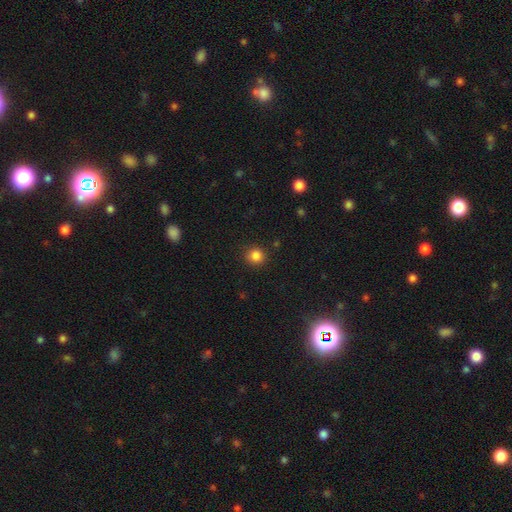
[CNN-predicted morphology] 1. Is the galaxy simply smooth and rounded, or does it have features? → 85% smooth, 12% star or artifact, 4% featured or disk.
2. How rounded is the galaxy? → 91% round, 8% in between, 1% cigar-shaped.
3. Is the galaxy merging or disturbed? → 89% none, 7% minor disturbance, 2% major disturbance, 1% merger.